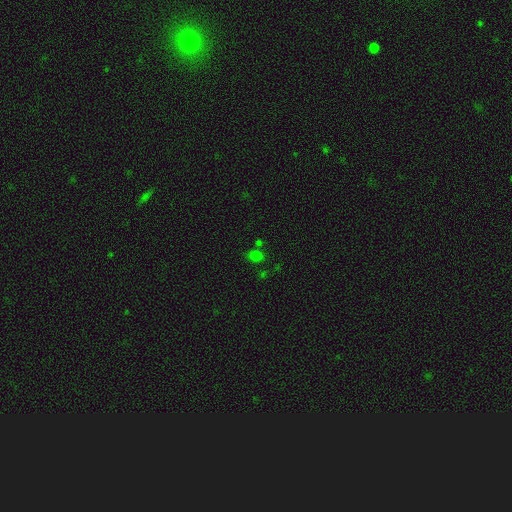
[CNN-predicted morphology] The model was most divided on "how rounded": round: 52%, in between: 46%, cigar-shaped: 1%. More confident: merging — none (75%); smooth or featured — smooth (67%).